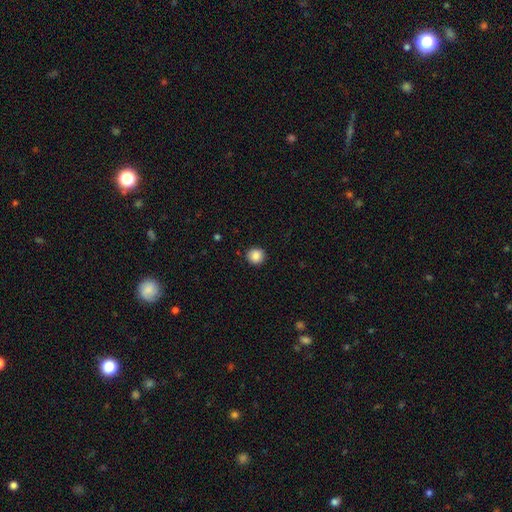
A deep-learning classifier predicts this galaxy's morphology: smooth-or-featured: smooth: 87% | star or artifact: 9% | featured or disk: 4%
  how-rounded: round: 92% | in between: 7% | cigar-shaped: 1%
  merging: none: 90% | minor disturbance: 7% | major disturbance: 2% | merger: 1%